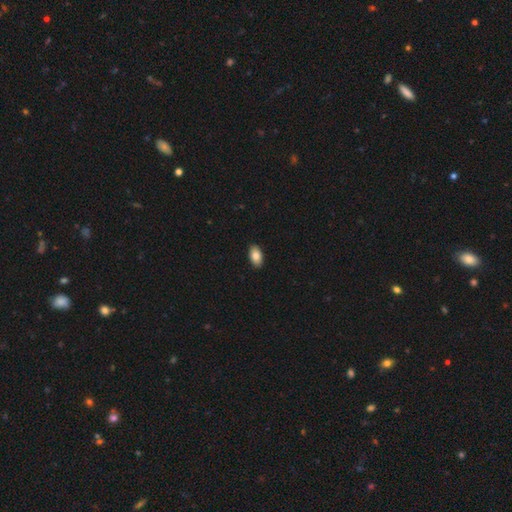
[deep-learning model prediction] A smooth galaxy with no disk features (85%) that is in between round and cigar-shaped (94%). Merging: none (91%).